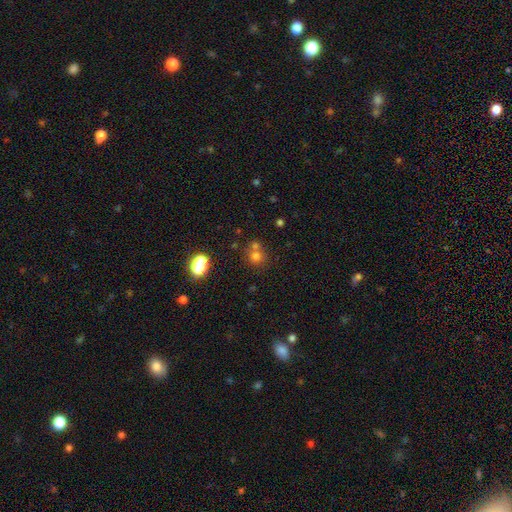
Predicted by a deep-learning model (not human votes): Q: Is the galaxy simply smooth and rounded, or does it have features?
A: smooth — 67%.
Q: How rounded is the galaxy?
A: round — 87%.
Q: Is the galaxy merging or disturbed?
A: none — 56%.